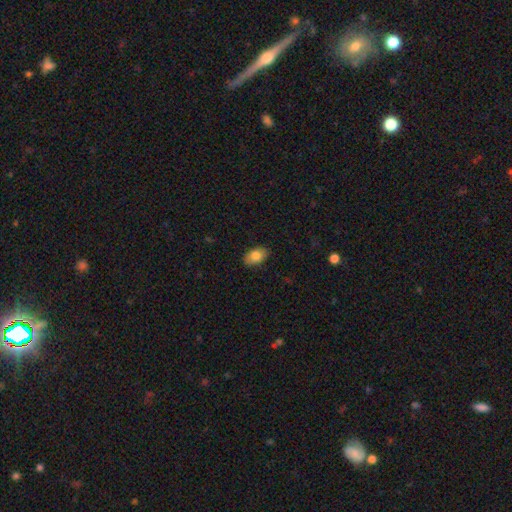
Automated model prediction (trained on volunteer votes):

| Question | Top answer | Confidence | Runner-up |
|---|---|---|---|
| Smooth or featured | smooth | 80% | featured or disk (13%) |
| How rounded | in between | 91% | round (8%) |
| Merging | none | 87% | minor disturbance (10%) |